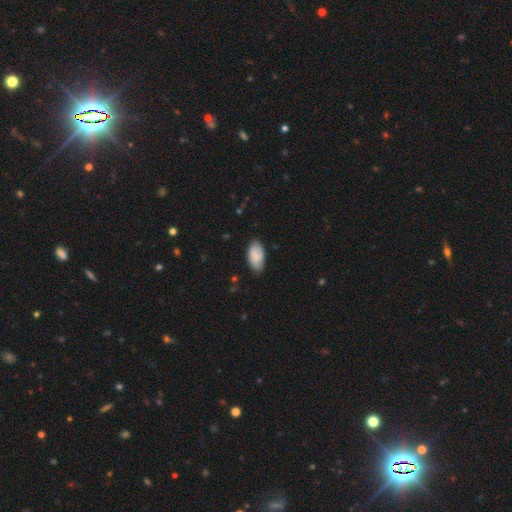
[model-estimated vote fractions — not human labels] smooth_or_featured: smooth (p=0.79) [alt: featured or disk p=0.15]
how_rounded: in between (p=0.95) [alt: round p=0.03]
merging: none (p=0.74) [alt: minor disturbance p=0.22]